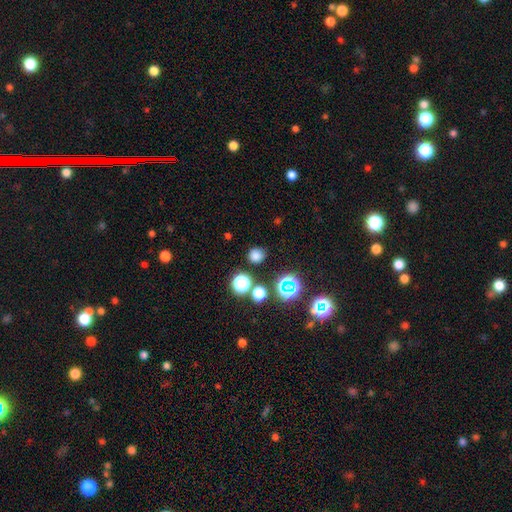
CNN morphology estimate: Q: Smooth or featured?
A: smooth (73%); runner-up: star or artifact (22%)
Q: How rounded?
A: round (87%); runner-up: in between (12%)
Q: Merging?
A: none (84%); runner-up: minor disturbance (9%)